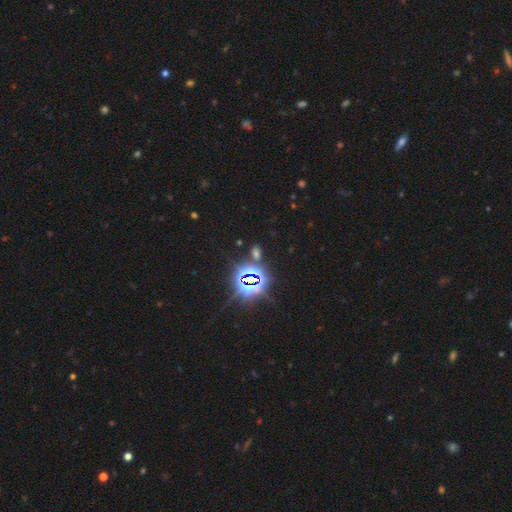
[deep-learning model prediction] This is clearly a star or artifact rather than a galaxy (80%).